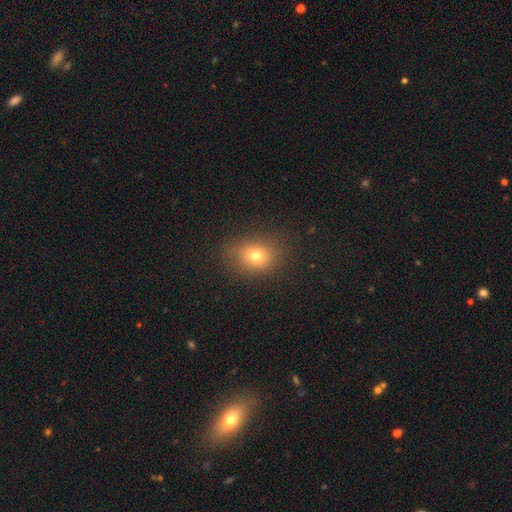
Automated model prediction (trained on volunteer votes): Smooth or featured? smooth (73%)
How rounded? round (50%)
Merging? none (83%)